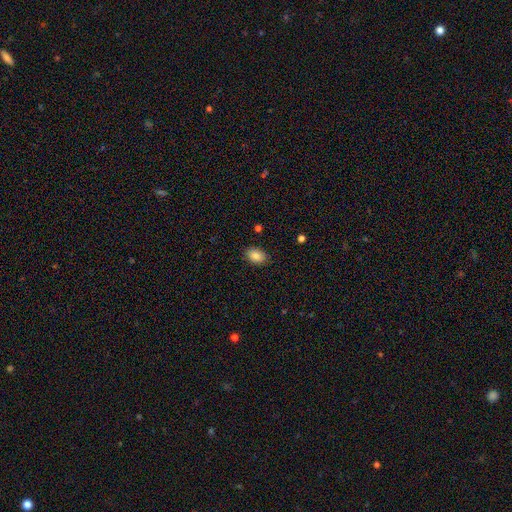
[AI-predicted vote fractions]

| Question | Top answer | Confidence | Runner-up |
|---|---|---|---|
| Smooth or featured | smooth | 85% | star or artifact (8%) |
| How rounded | in between | 83% | round (16%) |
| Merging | none | 87% | minor disturbance (9%) |